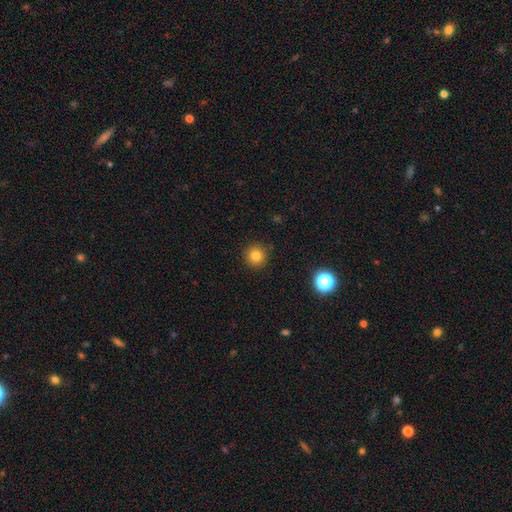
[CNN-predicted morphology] smooth 81%, star or artifact 13%, featured or disk 7%. Down the decision tree: how rounded — round (95%); merging — none (91%).